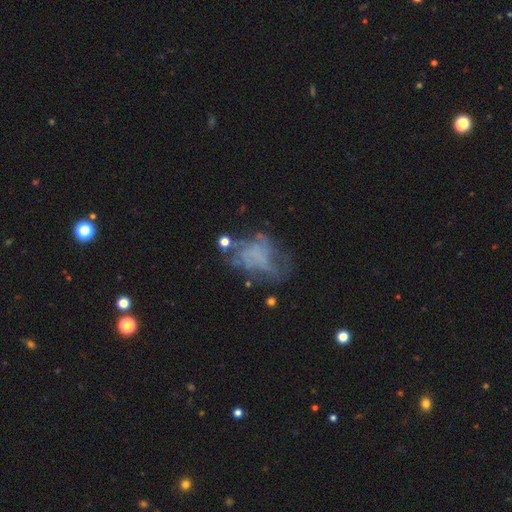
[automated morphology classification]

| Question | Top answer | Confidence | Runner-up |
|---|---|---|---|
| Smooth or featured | featured or disk | 58% | smooth (25%) |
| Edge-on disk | no | 98% | yes (2%) |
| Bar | no | 86% | weak (10%) |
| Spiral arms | no | 66% | yes (34%) |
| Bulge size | none | 83% | small (8%) |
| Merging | none | 40% | major disturbance (34%) |